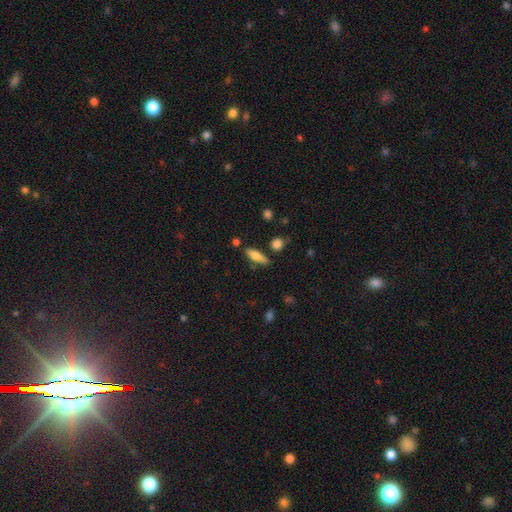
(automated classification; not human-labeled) Morphology: type=smooth (70%); roundness=cigar-shaped (52%); merging=none (77%).